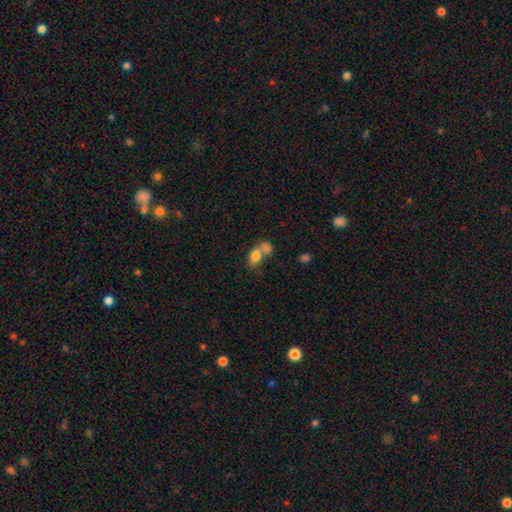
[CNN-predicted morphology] Smooth or featured?
  - smooth: 78% *
  - featured or disk: 14%
  - star or artifact: 8%
How rounded?
  - in between: 77% *
  - round: 21%
  - cigar-shaped: 2%
Merging?
  - merger: 63% *
  - none: 23%
  - minor disturbance: 8%
  - major disturbance: 6%